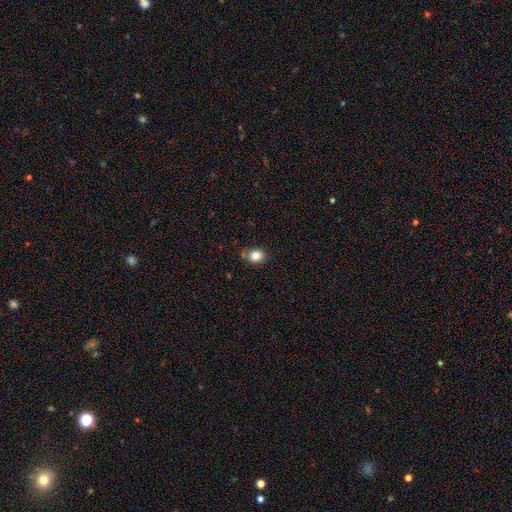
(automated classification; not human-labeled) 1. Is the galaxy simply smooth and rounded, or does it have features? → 84% smooth, 10% star or artifact, 6% featured or disk.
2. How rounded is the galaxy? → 60% round, 39% in between, 1% cigar-shaped.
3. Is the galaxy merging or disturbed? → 69% none, 23% minor disturbance, 5% major disturbance, 3% merger.